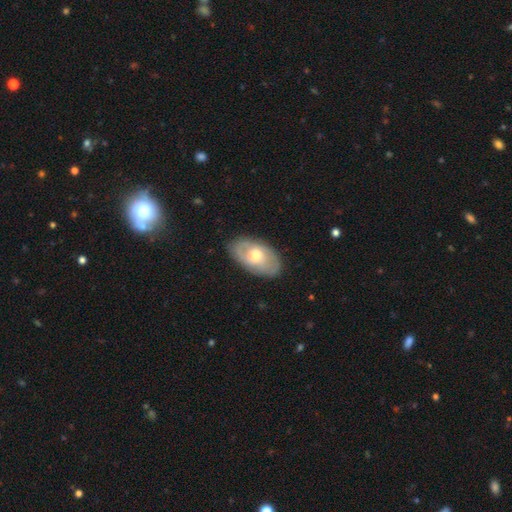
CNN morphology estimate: A featured or disk galaxy (55%). Merging: none (82%).